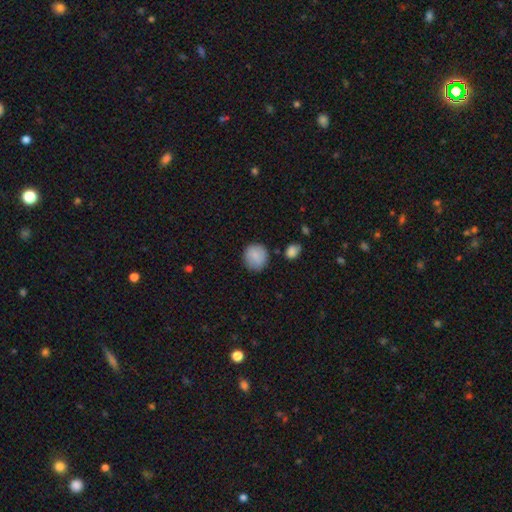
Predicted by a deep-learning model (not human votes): Smooth or featured?
  - smooth: 85% *
  - featured or disk: 8%
  - star or artifact: 8%
How rounded?
  - round: 90% *
  - in between: 9%
  - cigar-shaped: 1%
Merging?
  - none: 84% *
  - minor disturbance: 10%
  - major disturbance: 3%
  - merger: 3%